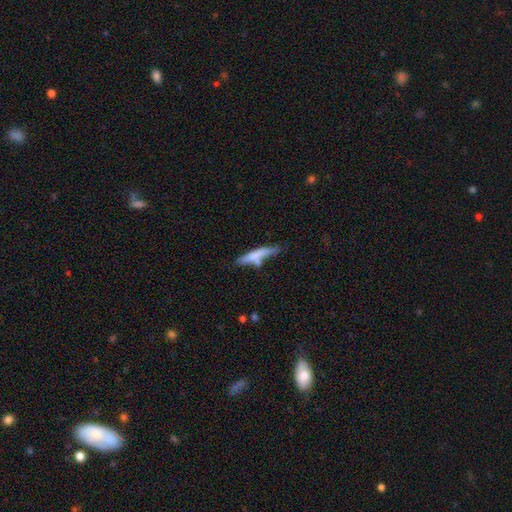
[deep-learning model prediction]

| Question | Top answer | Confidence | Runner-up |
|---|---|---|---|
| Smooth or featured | smooth | 63% | featured or disk (30%) |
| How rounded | cigar-shaped | 85% | in between (13%) |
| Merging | none | 51% | minor disturbance (21%) |